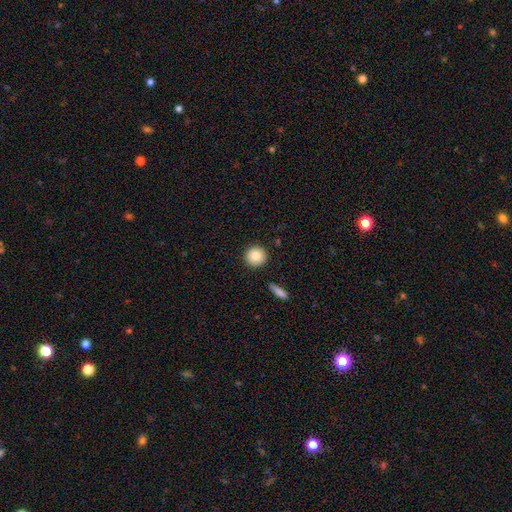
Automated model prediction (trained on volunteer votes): The model was most divided on "smooth or featured": smooth: 84%, star or artifact: 8%, featured or disk: 8%. More confident: how rounded — round (94%); merging — none (90%).